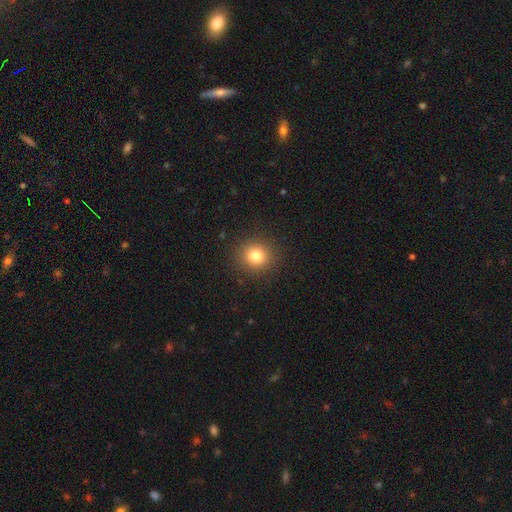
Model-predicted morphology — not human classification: Smooth or featured: smooth — 80% (star or artifact — 13%)
How rounded: round — 88% (in between — 11%)
Merging: none — 90% (minor disturbance — 6%)